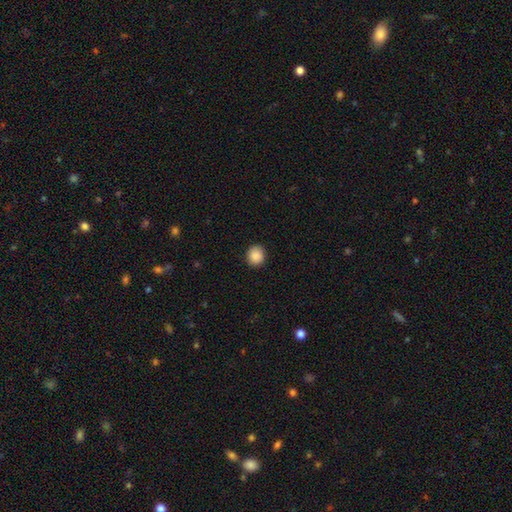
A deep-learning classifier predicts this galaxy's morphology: smooth_or_featured: smooth (p=0.89) [alt: star or artifact p=0.08]
how_rounded: round (p=0.86) [alt: in between p=0.13]
merging: none (p=0.89) [alt: minor disturbance p=0.08]